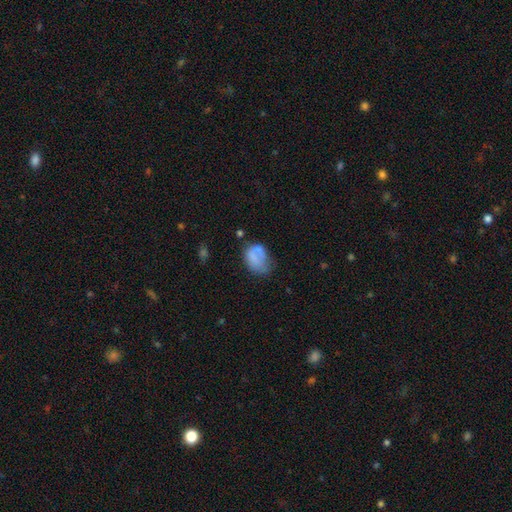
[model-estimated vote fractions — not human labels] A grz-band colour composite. It shows a smooth galaxy with no disk features (69%) that is in between round and cigar-shaped (71%). Merging: none (33%).